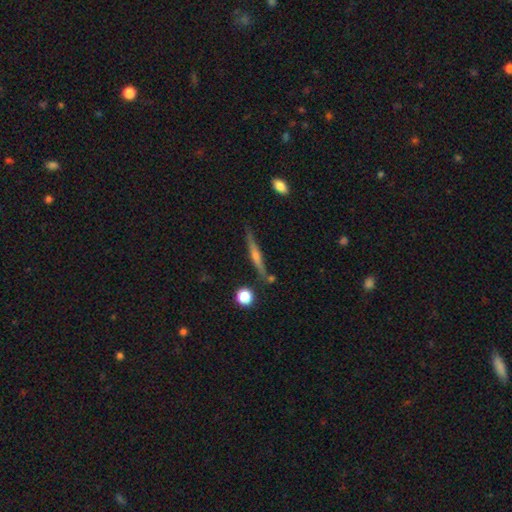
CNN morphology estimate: smooth-or-featured: featured or disk: 63% | smooth: 29% | star or artifact: 8%
  disk-edge-on: yes: 96% | no: 4%
    edge-on-bulge: rounded: 77% | none: 16% | boxy: 7%
  merging: none: 80% | minor disturbance: 13% | merger: 5% | major disturbance: 3%